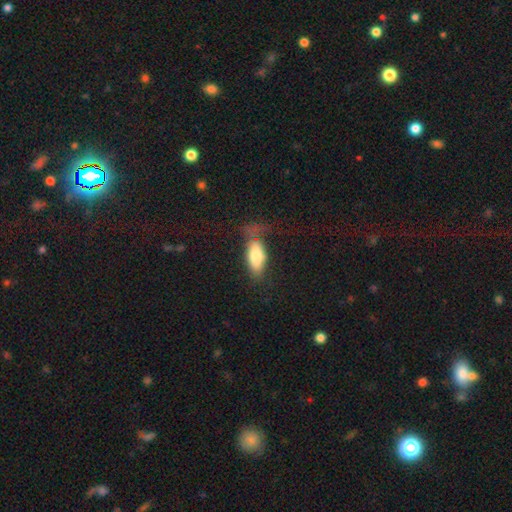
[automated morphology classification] Q: Smooth or featured?
A: smooth (77%); runner-up: featured or disk (15%)
Q: How rounded?
A: in between (82%); runner-up: cigar-shaped (15%)
Q: Merging?
A: none (45%); runner-up: minor disturbance (29%)